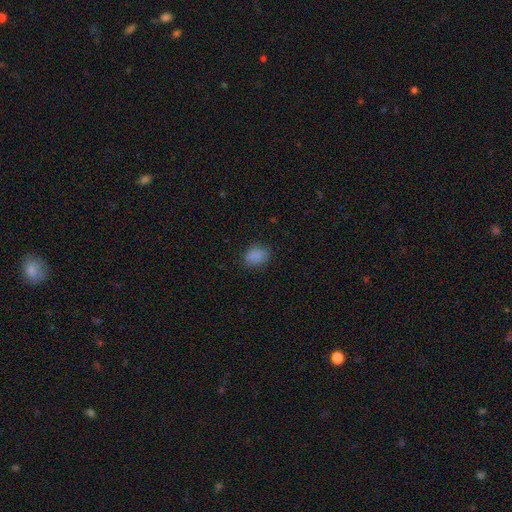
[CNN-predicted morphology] This is clearly a smooth galaxy (85%). How rounded: likely in between (68%). Merging: clearly none (81%).